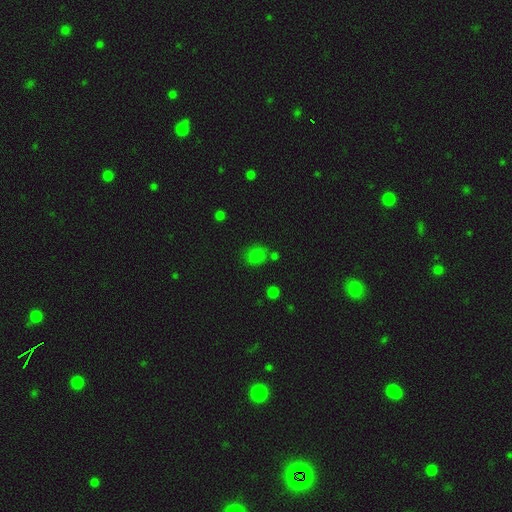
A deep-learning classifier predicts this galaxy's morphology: A smooth galaxy with no disk features (73%) that is round (55%).

Vote fractions:
- Smooth or featured? smooth: 73% / star or artifact: 21% / featured or disk: 6%
- How rounded? round: 55% / in between: 44% / cigar-shaped: 1%
- Merging? none: 65% / minor disturbance: 18% / merger: 10% / major disturbance: 6%